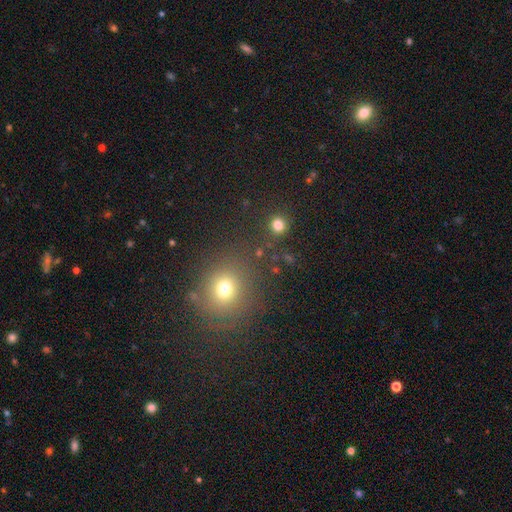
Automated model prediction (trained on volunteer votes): Morphology: type=smooth (61%); roundness=round (80%); merging=none (81%).